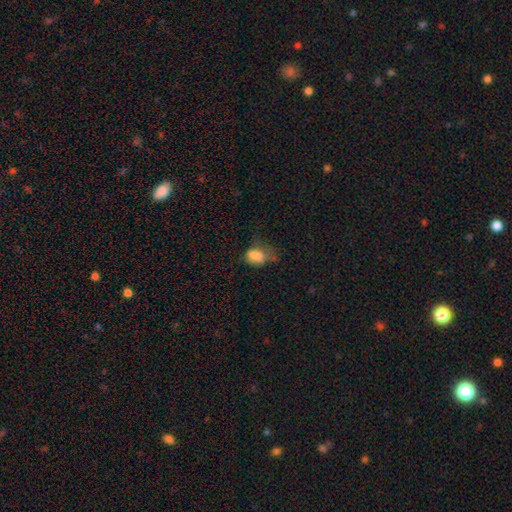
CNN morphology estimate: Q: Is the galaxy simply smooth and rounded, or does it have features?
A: smooth — 77%.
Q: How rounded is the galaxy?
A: in between — 75%.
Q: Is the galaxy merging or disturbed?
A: minor disturbance — 33%.